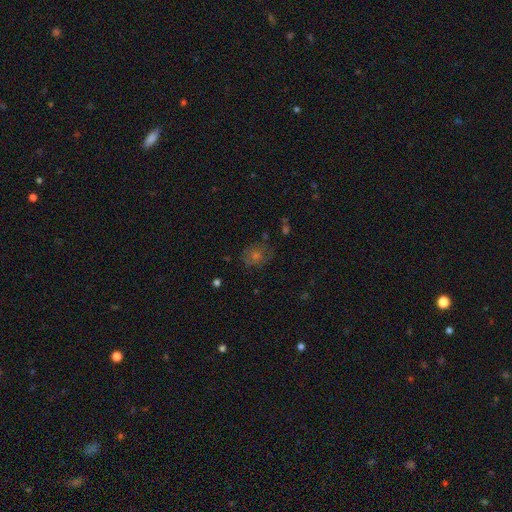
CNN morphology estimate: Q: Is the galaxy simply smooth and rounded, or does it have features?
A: smooth — 44%.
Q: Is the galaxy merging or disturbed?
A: none — 75%.